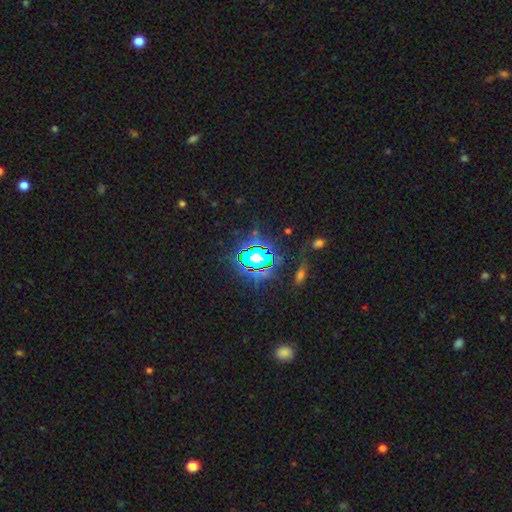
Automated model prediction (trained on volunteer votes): Smooth or featured? star or artifact (76%)